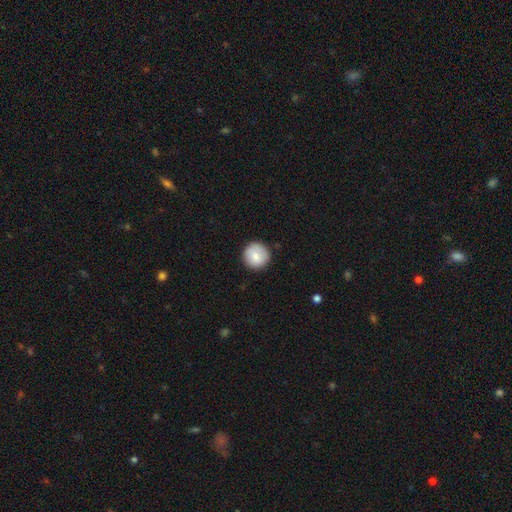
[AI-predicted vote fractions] smooth-or-featured: smooth: 83% | featured or disk: 10% | star or artifact: 7%
  how-rounded: round: 95% | in between: 4% | cigar-shaped: 1%
  merging: none: 88% | minor disturbance: 8% | major disturbance: 2% | merger: 1%